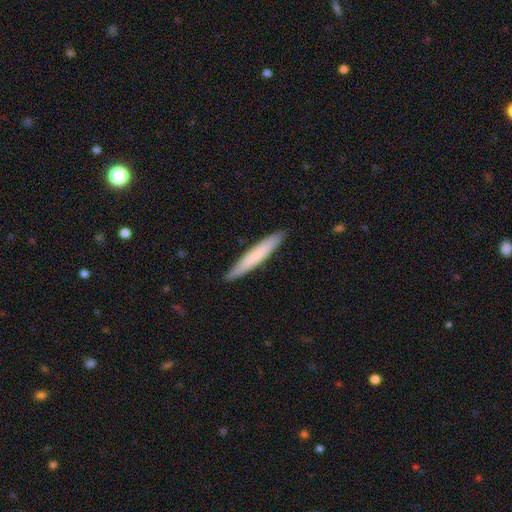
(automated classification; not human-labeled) The model was most divided on "smooth or featured": smooth: 72%, featured or disk: 23%, star or artifact: 5%. More confident: how rounded — cigar-shaped (94%); merging — none (90%).